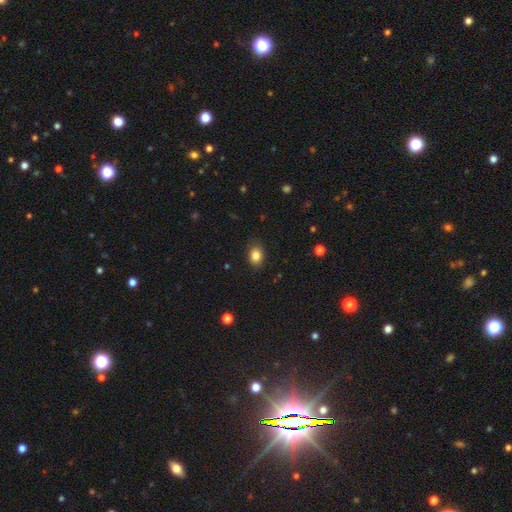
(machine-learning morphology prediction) Smooth or featured? smooth (85%)
How rounded? in between (59%)
Merging? none (85%)